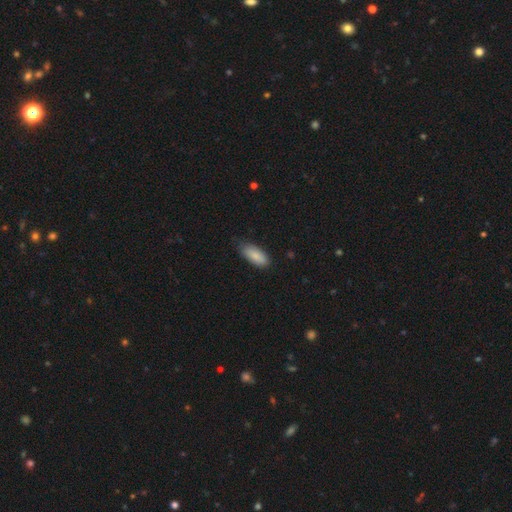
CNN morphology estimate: smooth 87%, featured or disk 7%, star or artifact 6%. Down the decision tree: how rounded — in between (82%); merging — none (73%).